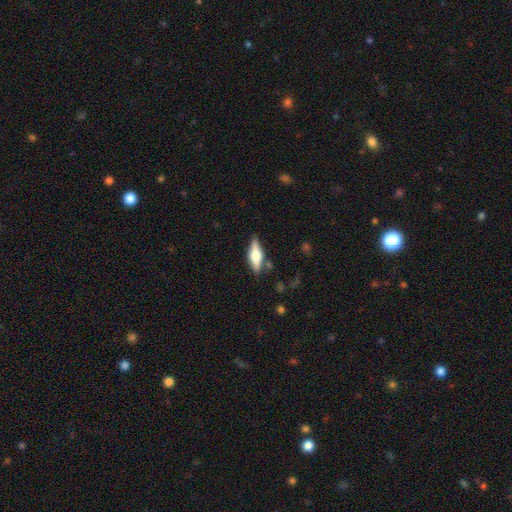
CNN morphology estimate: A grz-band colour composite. It shows a featured or disk galaxy (48%). Merging: none (82%).